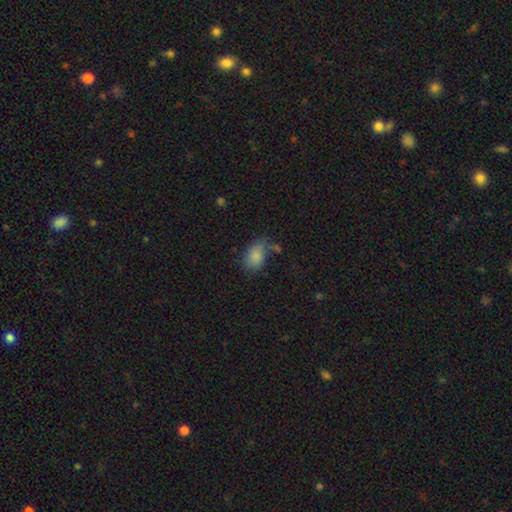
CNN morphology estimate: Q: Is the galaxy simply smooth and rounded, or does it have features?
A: smooth — 81%.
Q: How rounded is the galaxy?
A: in between — 84%.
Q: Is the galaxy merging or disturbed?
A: none — 46%.